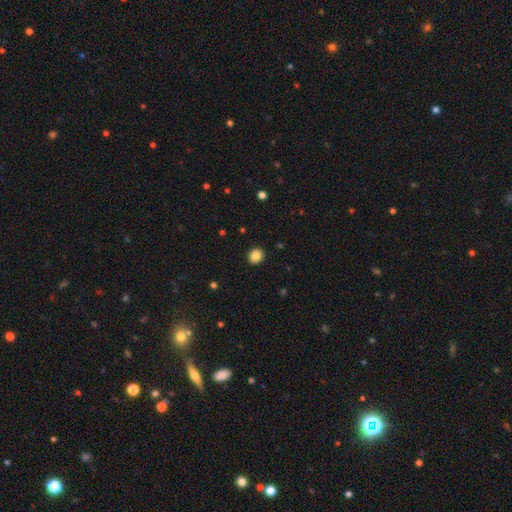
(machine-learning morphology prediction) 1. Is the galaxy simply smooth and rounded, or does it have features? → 85% smooth, 10% star or artifact, 5% featured or disk.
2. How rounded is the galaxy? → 85% round, 14% in between, 1% cigar-shaped.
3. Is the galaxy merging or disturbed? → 92% none, 5% minor disturbance, 2% major disturbance, 1% merger.